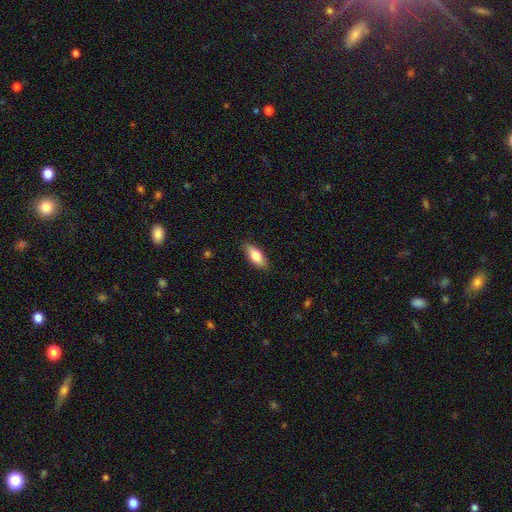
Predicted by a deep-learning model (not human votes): smooth 74%, featured or disk 20%, star or artifact 6%. Down the decision tree: how rounded — in between (76%); merging — none (87%).